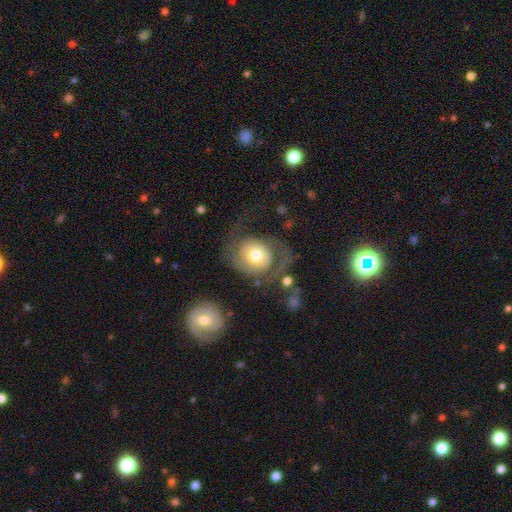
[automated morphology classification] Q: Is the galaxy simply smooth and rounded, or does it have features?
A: featured or disk — 55%.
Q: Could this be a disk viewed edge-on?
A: no — 97%.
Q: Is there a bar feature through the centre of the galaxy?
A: no — 78%.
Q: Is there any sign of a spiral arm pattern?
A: yes — 78%.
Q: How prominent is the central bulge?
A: moderate — 62%.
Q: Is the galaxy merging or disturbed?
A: none — 44%.